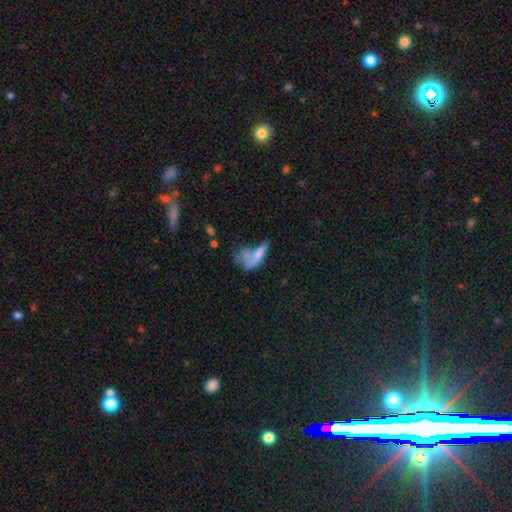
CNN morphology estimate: Q: Smooth or featured?
A: smooth (63%); runner-up: featured or disk (26%)
Q: How rounded?
A: in between (57%); runner-up: cigar-shaped (37%)
Q: Merging?
A: major disturbance (28%); tied with: merger (28%)